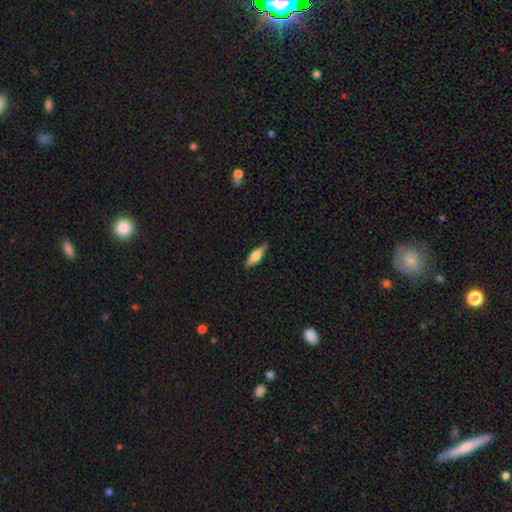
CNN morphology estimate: A smooth galaxy with no disk features (50%) that is in between round and cigar-shaped (52%). Merging: none (84%).